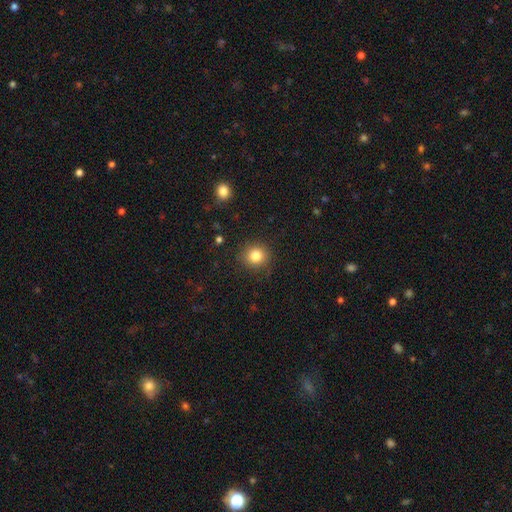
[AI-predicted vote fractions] Smooth or featured: smooth — 82% (star or artifact — 12%)
How rounded: round — 88% (in between — 11%)
Merging: none — 88% (minor disturbance — 8%)